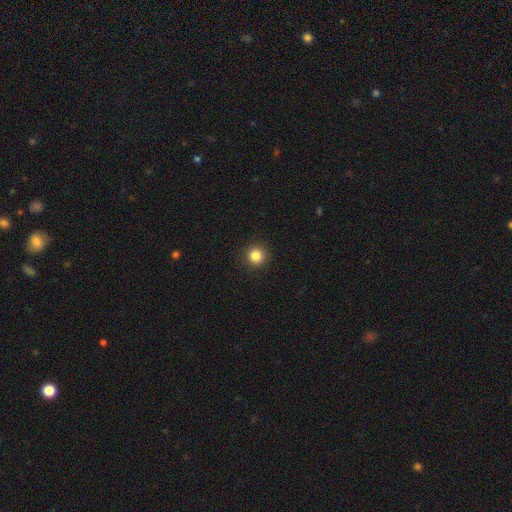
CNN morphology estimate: smooth_or_featured: smooth (p=0.84) [alt: star or artifact p=0.11]
how_rounded: round (p=0.95) [alt: in between p=0.04]
merging: none (p=0.92) [alt: minor disturbance p=0.05]